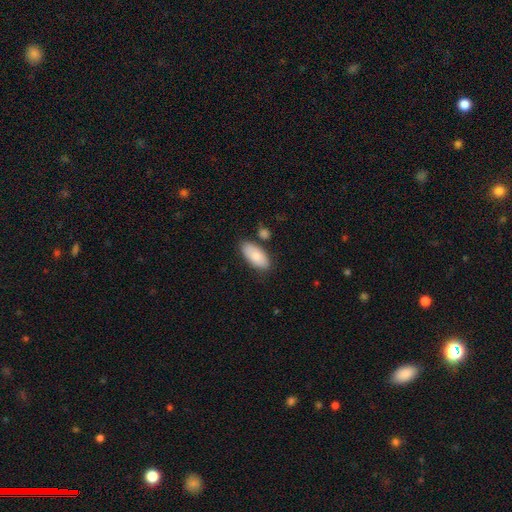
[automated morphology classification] type=smooth (82%); roundness=in between (91%); merging=none (78%).